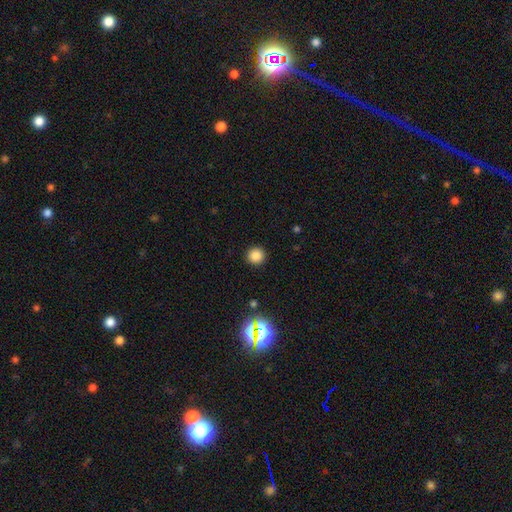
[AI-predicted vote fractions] This appears to be a smooth galaxy with no disk features (83%) that is round (95%). Merging: none (92%).